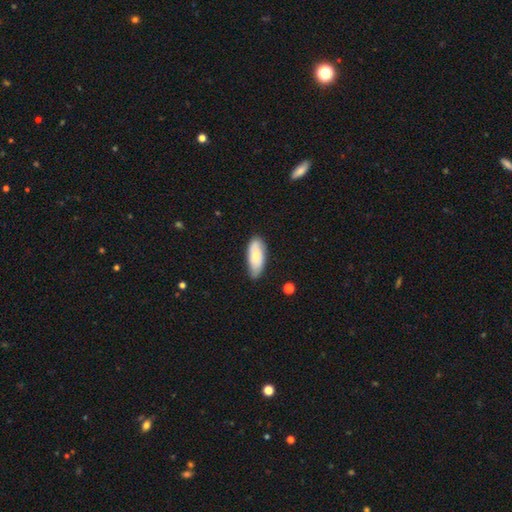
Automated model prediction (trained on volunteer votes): Smooth or featured? Predicted: smooth (p=0.66). How rounded? Predicted: in between (p=0.84). Merging? Predicted: none (p=0.74).